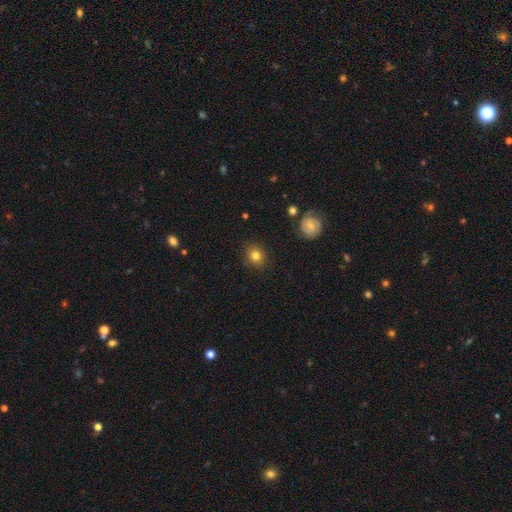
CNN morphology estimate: The model was most divided on "how rounded": round: 75%, in between: 24%, cigar-shaped: 1%. More confident: merging — none (87%); smooth or featured — smooth (79%).